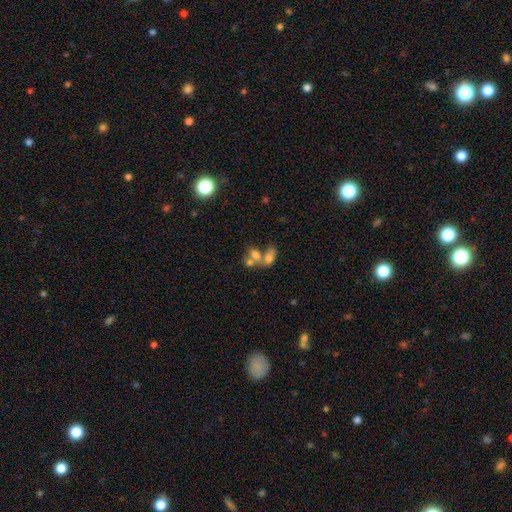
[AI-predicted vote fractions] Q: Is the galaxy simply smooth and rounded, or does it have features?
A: smooth — 60%.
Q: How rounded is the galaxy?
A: in between — 66%.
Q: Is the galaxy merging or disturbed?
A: merger — 61%.